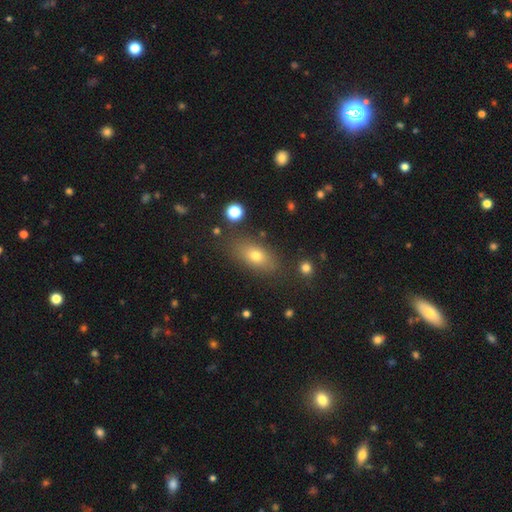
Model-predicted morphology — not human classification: Smooth or featured? Predicted: smooth (p=0.71). How rounded? Predicted: in between (p=0.80). Merging? Predicted: none (p=0.79).